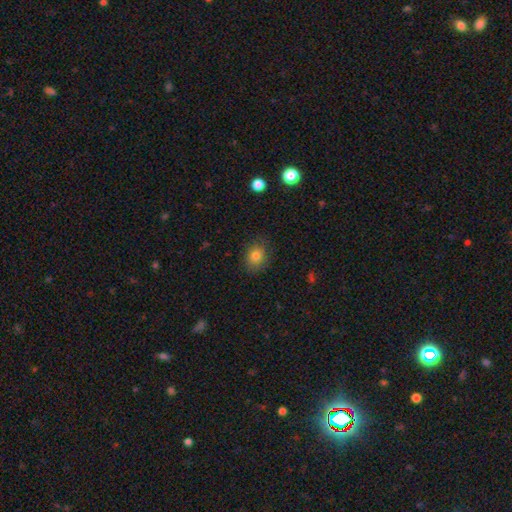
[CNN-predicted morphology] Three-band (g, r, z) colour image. It shows a smooth galaxy with no disk features (81%) that is in between round and cigar-shaped (53%). Merging: none (82%).